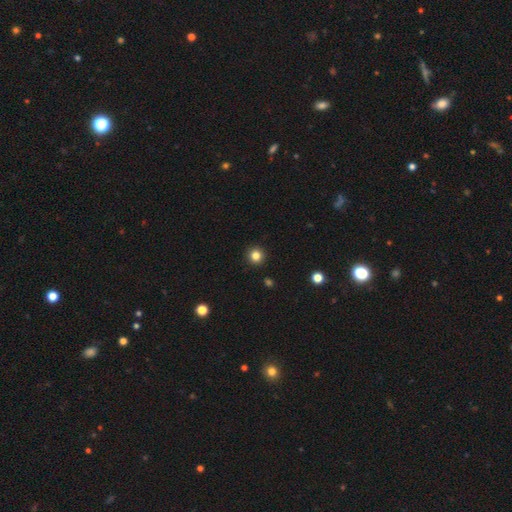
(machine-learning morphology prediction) This is clearly a smooth galaxy (83%). How rounded: clearly round (95%). Merging: clearly none (93%).